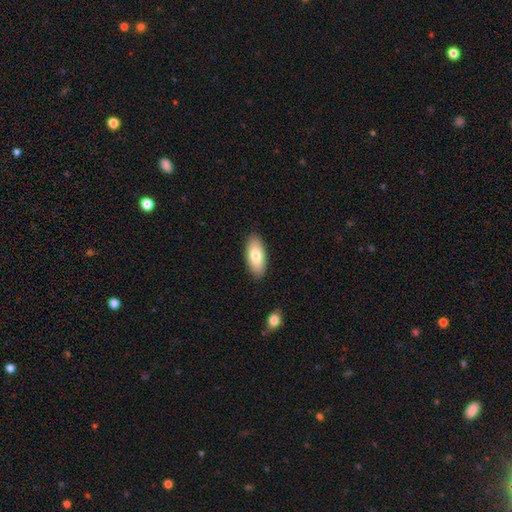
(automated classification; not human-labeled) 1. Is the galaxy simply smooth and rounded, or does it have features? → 78% smooth, 16% featured or disk, 6% star or artifact.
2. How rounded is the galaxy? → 88% in between, 10% cigar-shaped, 2% round.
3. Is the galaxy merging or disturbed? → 88% none, 8% minor disturbance, 2% major disturbance, 1% merger.